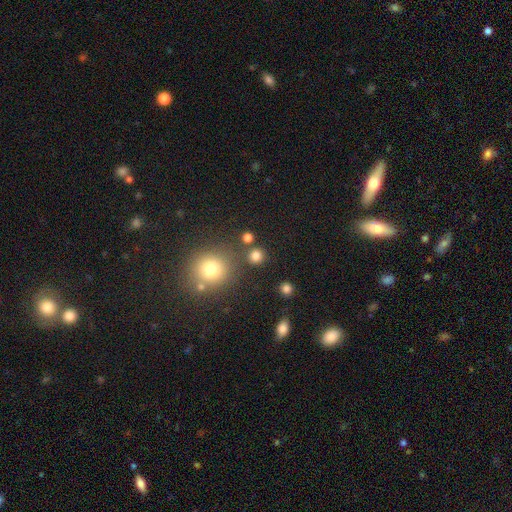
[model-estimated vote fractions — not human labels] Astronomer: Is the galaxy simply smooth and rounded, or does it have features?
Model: smooth — 79%.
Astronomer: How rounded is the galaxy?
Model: round — 90%.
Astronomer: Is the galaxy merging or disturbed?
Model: none — 82%.